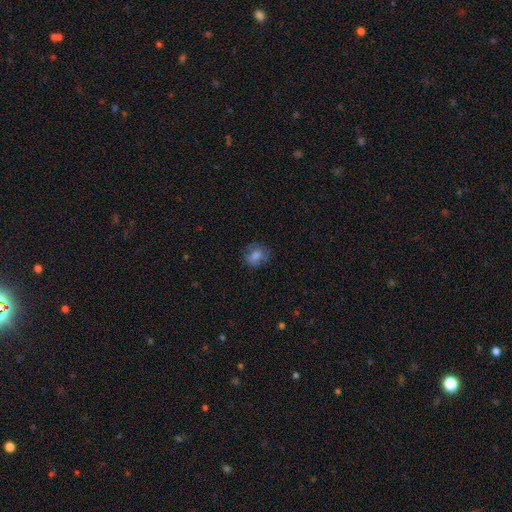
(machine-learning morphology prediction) A smooth galaxy with no disk features (70%) that is round (65%).

Vote fractions:
- Smooth or featured? smooth: 70% / featured or disk: 17% / star or artifact: 13%
- How rounded? round: 65% / in between: 34% / cigar-shaped: 1%
- Merging? none: 74% / minor disturbance: 17% / major disturbance: 7% / merger: 1%